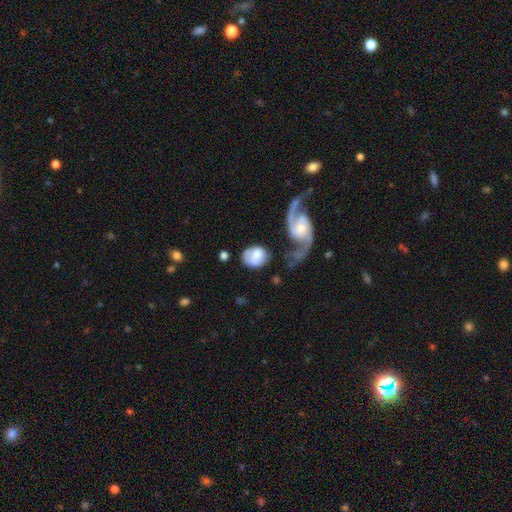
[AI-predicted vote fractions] Overall: smooth (57%; featured or disk 37%). How rounded: in between (50%; round 49%). Merging: none (46%; minor disturbance 21%).